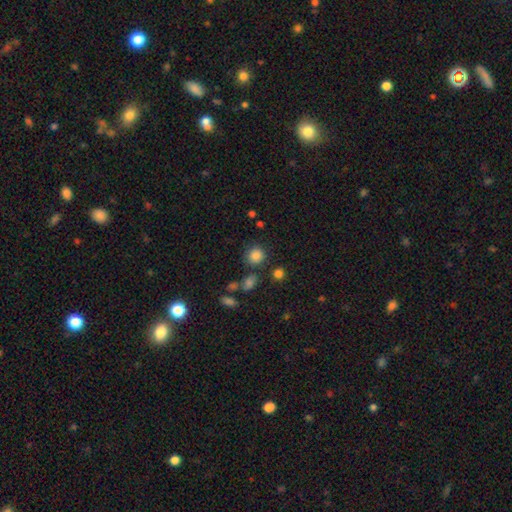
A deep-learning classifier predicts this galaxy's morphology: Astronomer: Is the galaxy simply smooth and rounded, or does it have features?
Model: smooth — 83%.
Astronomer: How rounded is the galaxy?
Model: round — 86%.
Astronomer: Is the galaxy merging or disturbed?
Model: none — 78%.